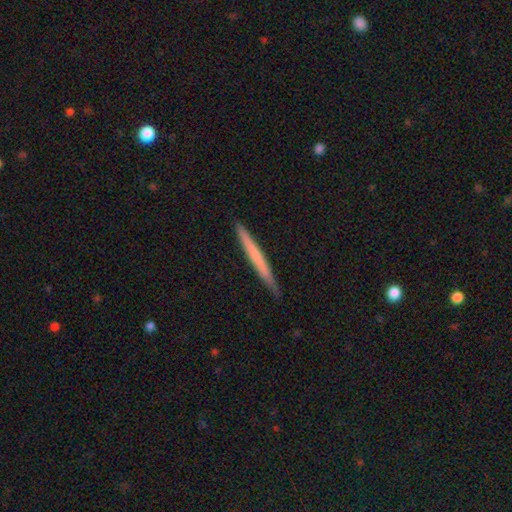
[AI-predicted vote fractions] Morphology: type=smooth (58%); roundness=cigar-shaped (97%); merging=none (89%).